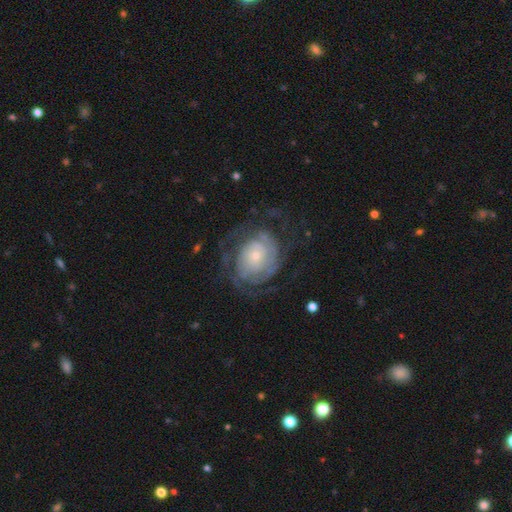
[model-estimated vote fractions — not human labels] smooth-or-featured: featured or disk: 80% | smooth: 14% | star or artifact: 6%
  disk-edge-on: no: 97% | yes: 3%
    bar: no: 79% | weak: 17% | strong: 4%
    has-spiral-arms: yes: 88% | no: 12%
      spiral-winding: tight: 63% | medium: 27% | loose: 10%
      spiral-arm-count: can't tell: 41% | 2: 24% | 3: 14% | 4: 8% | 1: 6% | more than 4: 6%
    bulge-size: small: 69% | moderate: 23% | large: 4% | none: 2% | dominant: 2%
  merging: none: 63% | major disturbance: 19% | minor disturbance: 17% | merger: 1%